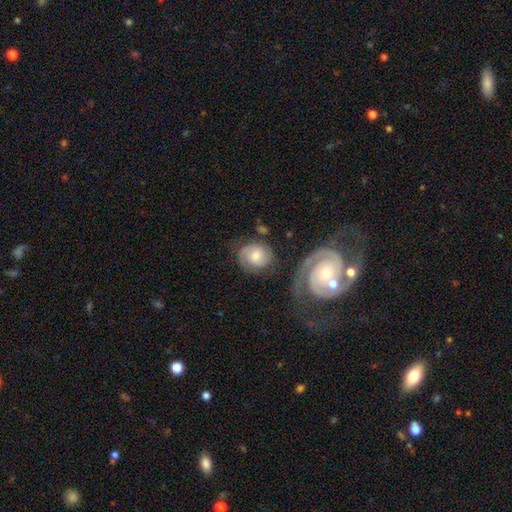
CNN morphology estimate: Smooth or featured? featured or disk (49%)
Merging? none (63%)